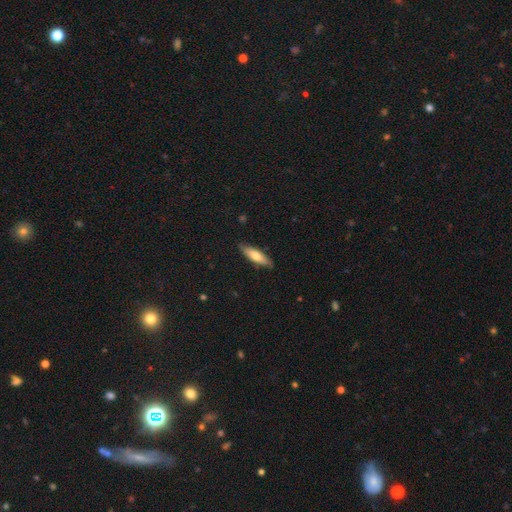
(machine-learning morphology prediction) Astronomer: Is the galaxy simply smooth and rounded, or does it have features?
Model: smooth — 70%.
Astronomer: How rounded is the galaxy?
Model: cigar-shaped — 56% (runner-up: in between, 43%).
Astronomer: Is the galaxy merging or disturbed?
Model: none — 84%.